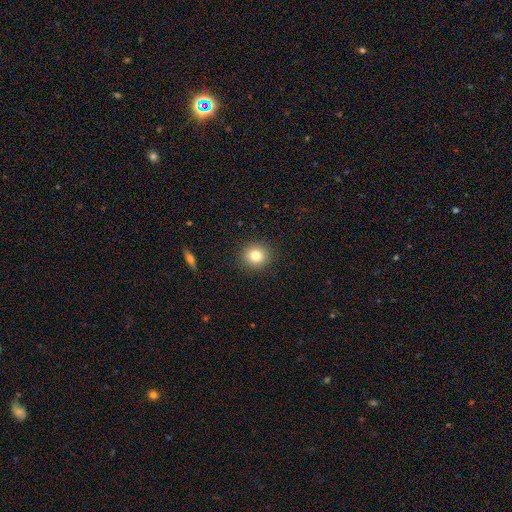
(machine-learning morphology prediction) Overall: smooth (81%). How rounded: round (88%). Merging: none (91%).